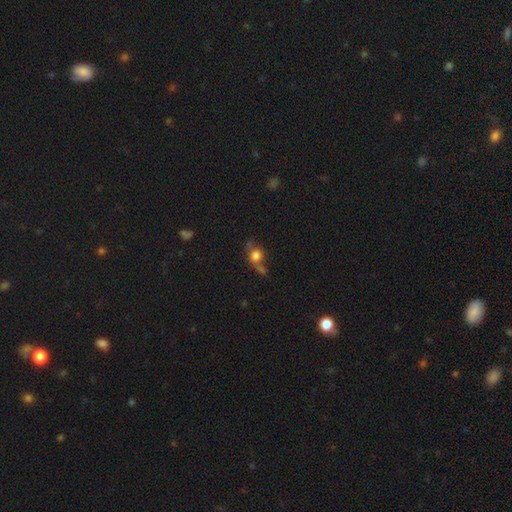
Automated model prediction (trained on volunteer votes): The model was most divided on "merging": none: 45%, merger: 23%, minor disturbance: 18%, major disturbance: 14%. More confident: how rounded — round (76%); smooth or featured — smooth (67%).